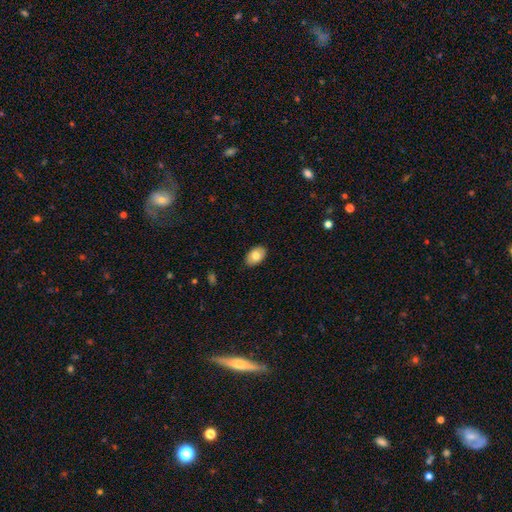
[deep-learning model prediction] smooth 79%, featured or disk 14%, star or artifact 7%. Down the decision tree: how rounded — in between (91%); merging — none (86%).